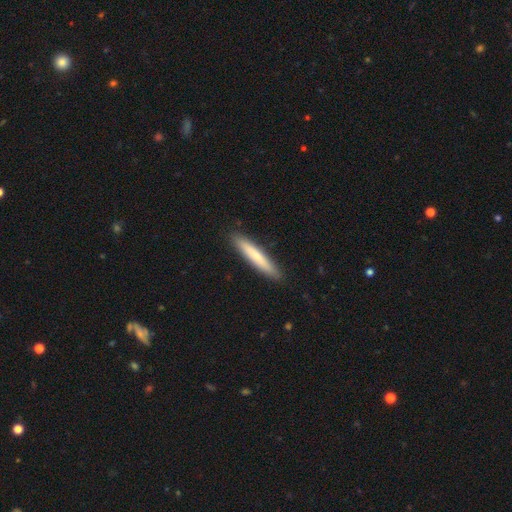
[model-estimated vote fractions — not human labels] Smooth or featured?
  - smooth: 70% *
  - featured or disk: 25%
  - star or artifact: 5%
How rounded?
  - cigar-shaped: 93% *
  - in between: 6%
  - round: 1%
Merging?
  - none: 91% *
  - minor disturbance: 7%
  - major disturbance: 1%
  - merger: 1%